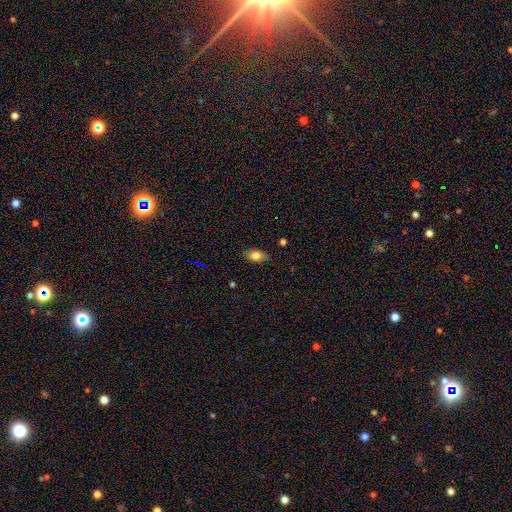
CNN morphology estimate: The model was most divided on "smooth or featured": smooth: 78%, featured or disk: 13%, star or artifact: 9%. More confident: how rounded — in between (87%); merging — none (81%).